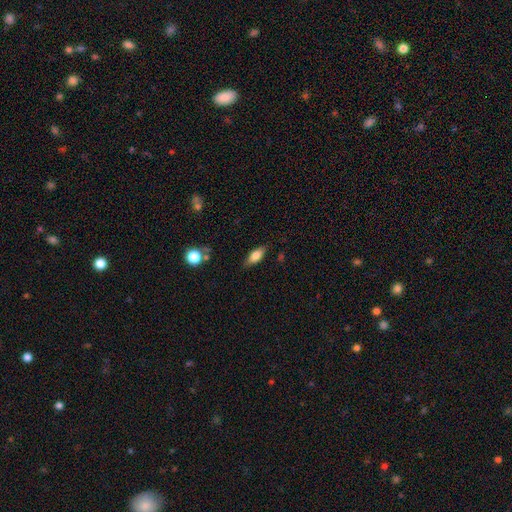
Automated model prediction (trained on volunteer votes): Q: Smooth or featured?
A: smooth (72%); runner-up: featured or disk (20%)
Q: How rounded?
A: in between (75%); runner-up: cigar-shaped (22%)
Q: Merging?
A: none (80%); runner-up: minor disturbance (14%)